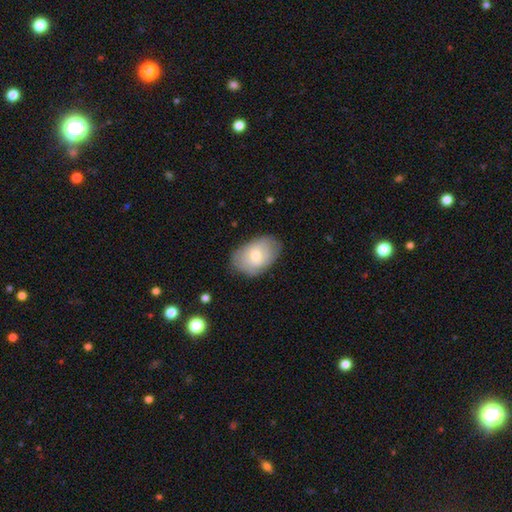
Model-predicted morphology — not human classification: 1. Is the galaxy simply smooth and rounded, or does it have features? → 62% smooth, 31% featured or disk, 7% star or artifact.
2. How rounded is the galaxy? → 86% in between, 12% round, 1% cigar-shaped.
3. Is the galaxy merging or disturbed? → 75% none, 19% minor disturbance, 4% major disturbance, 1% merger.